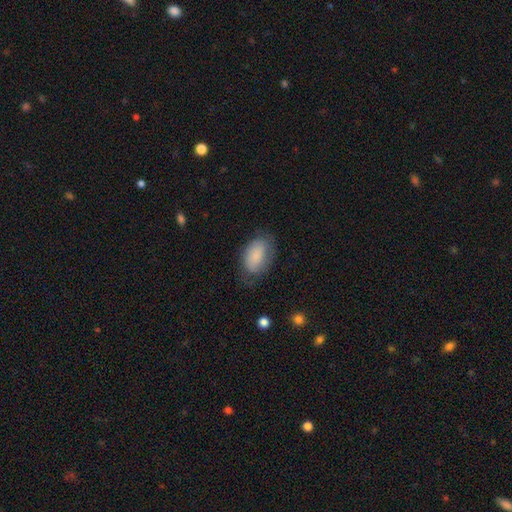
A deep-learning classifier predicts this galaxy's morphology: type=smooth (81%); roundness=in between (91%); merging=none (64%).